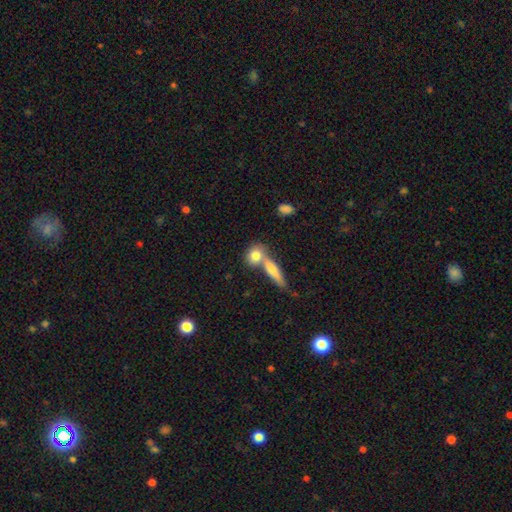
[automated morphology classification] type=smooth (77%); roundness=round (50%); merging=none (44%).